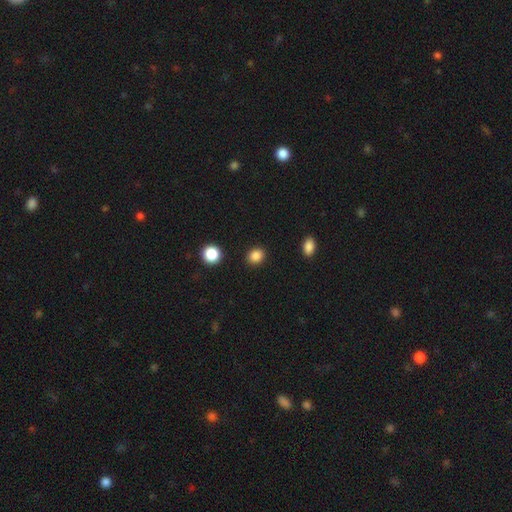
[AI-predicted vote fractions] Overall: smooth (86%). How rounded: round (65%; in between 34%). Merging: none (90%).